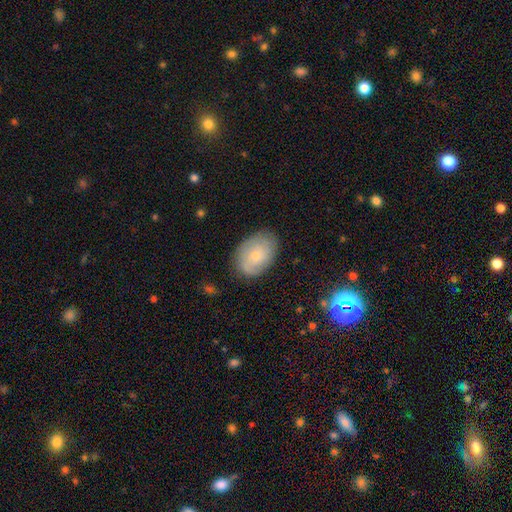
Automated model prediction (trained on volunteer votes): This is possibly a smooth galaxy (58%). How rounded: clearly in between (82%). Merging: likely none (79%).